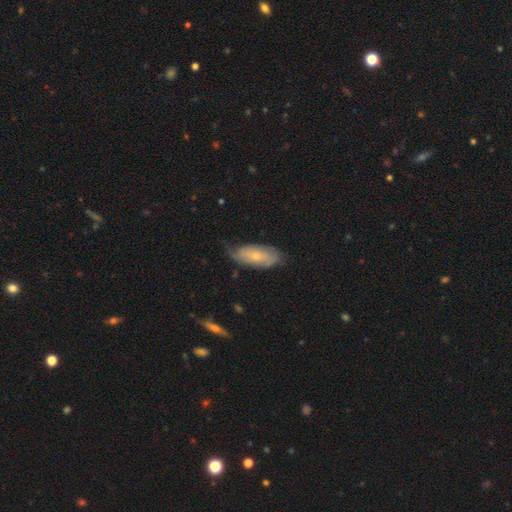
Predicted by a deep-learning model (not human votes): This appears to be a smooth galaxy with no disk features (48%). Merging: none (59%).